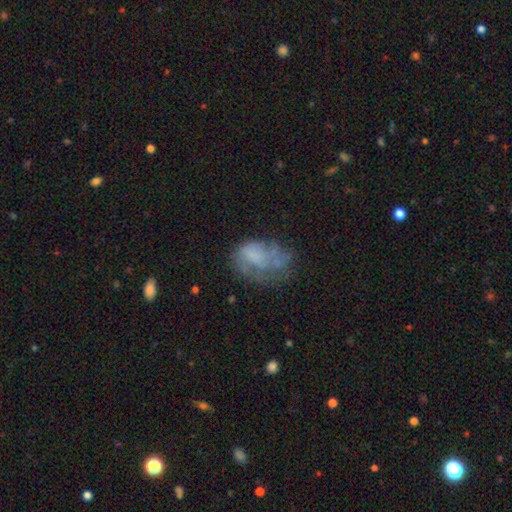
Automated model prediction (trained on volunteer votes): A smooth galaxy with no disk features (44%). Merging: none (40%).